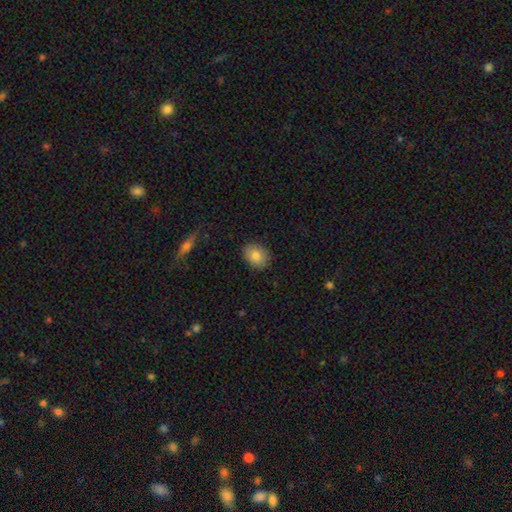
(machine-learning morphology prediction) smooth 83%, featured or disk 9%, star or artifact 8%. Down the decision tree: how rounded — in between (55%); merging — none (86%).